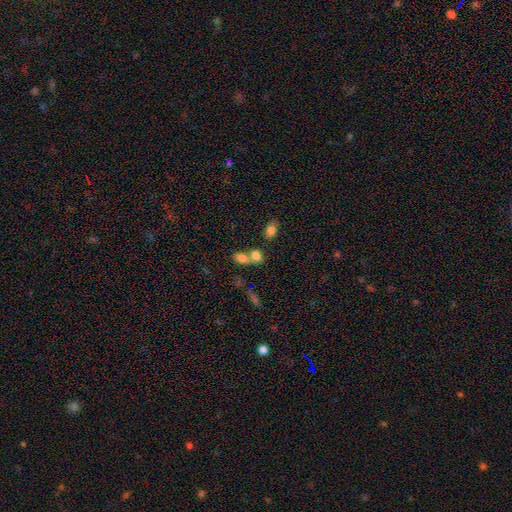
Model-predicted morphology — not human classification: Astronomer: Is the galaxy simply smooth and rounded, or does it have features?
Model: smooth — 76%.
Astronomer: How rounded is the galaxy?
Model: in between — 73%.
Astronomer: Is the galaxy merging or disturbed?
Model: merger — 57%.